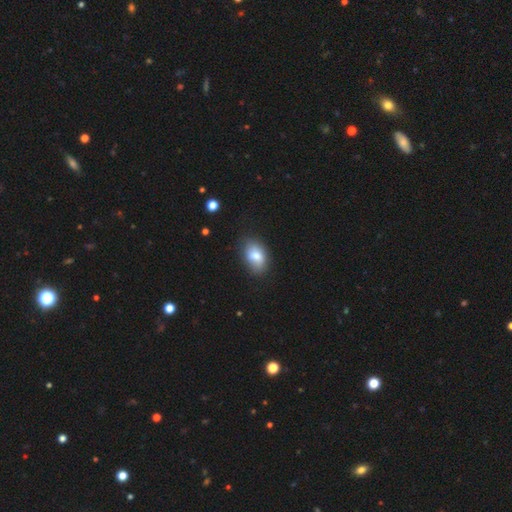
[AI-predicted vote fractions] Smooth or featured? Predicted: smooth (p=0.78). How rounded? Predicted: in between (p=0.88). Merging? Predicted: none (p=0.76).